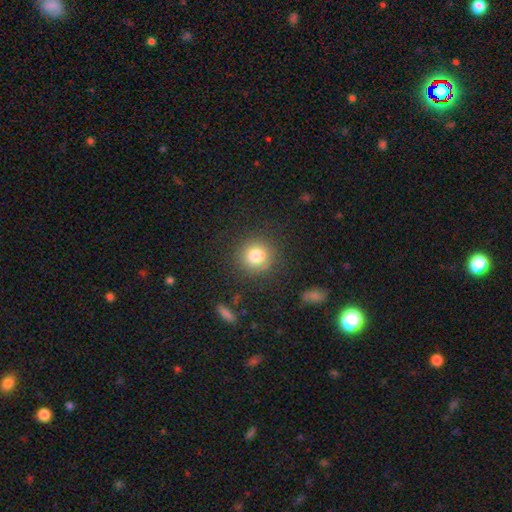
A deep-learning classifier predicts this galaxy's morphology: The model was most divided on "smooth or featured": smooth: 79%, star or artifact: 12%, featured or disk: 9%. More confident: how rounded — round (90%); merging — none (83%).